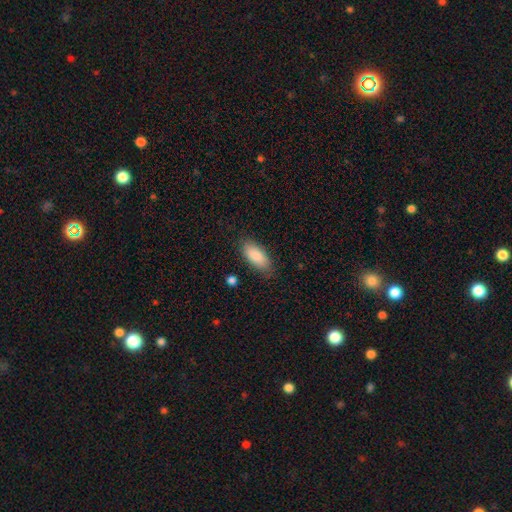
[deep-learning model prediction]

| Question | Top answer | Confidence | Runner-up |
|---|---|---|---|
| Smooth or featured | smooth | 88% | featured or disk (6%) |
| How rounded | in between | 87% | cigar-shaped (11%) |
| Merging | none | 81% | minor disturbance (14%) |